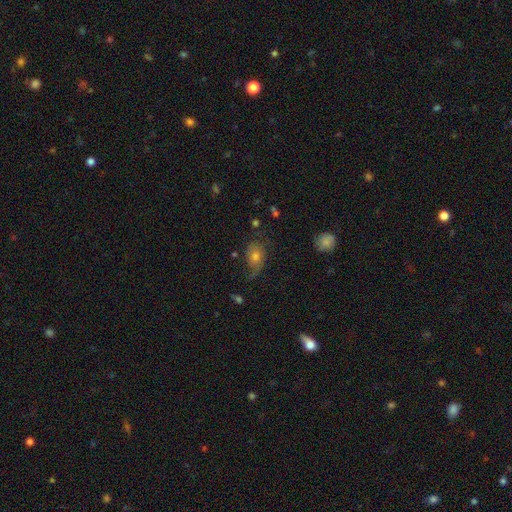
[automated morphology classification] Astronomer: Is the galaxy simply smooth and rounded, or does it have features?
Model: smooth — 56% (runner-up: featured or disk, 31%).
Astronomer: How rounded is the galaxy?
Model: in between — 71%.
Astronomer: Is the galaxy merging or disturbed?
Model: none — 47% (runner-up: minor disturbance, 29%).